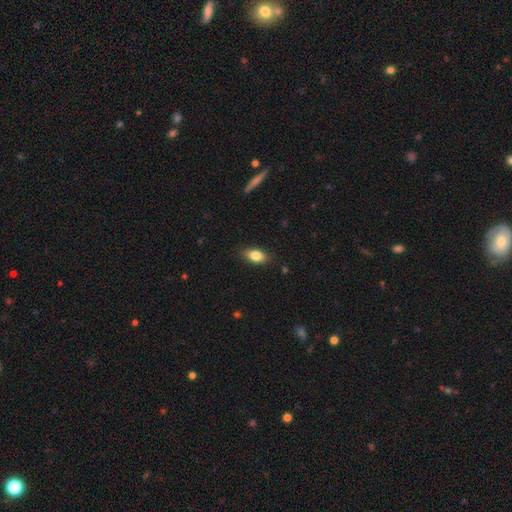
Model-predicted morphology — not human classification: smooth-or-featured: smooth: 80% | featured or disk: 13% | star or artifact: 8%
  how-rounded: in between: 85% | cigar-shaped: 8% | round: 7%
  merging: none: 85% | minor disturbance: 11% | major disturbance: 2% | merger: 1%